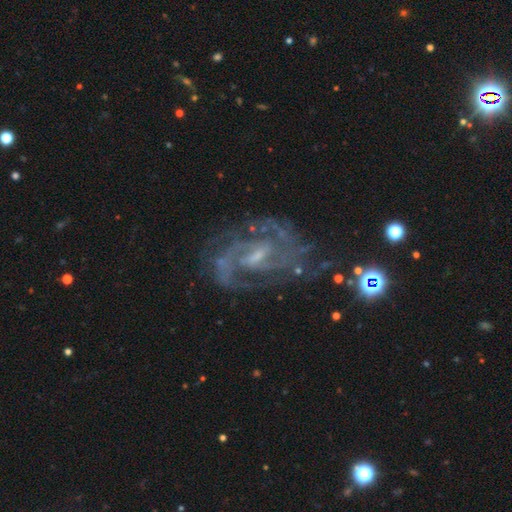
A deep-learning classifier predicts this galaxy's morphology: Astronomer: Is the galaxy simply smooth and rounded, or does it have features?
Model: featured or disk — 85%.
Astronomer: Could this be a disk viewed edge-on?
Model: no — 97%.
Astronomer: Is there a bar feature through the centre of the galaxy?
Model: weak — 54%.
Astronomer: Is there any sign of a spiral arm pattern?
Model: yes — 95%.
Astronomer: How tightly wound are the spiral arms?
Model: medium — 49% (runner-up: tight, 37%).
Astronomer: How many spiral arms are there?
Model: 2 — 48%.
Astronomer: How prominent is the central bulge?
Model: small — 58%.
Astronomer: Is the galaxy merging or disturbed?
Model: none — 65%.